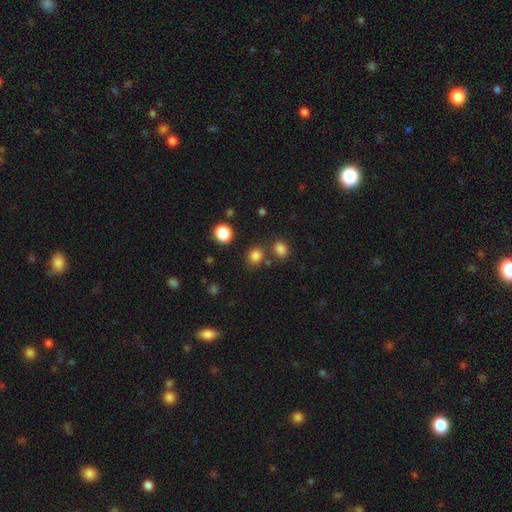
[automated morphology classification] smooth-or-featured: smooth: 81% | star or artifact: 15% | featured or disk: 5%
  how-rounded: round: 68% | in between: 31% | cigar-shaped: 1%
  merging: none: 73% | merger: 13% | minor disturbance: 10% | major disturbance: 4%